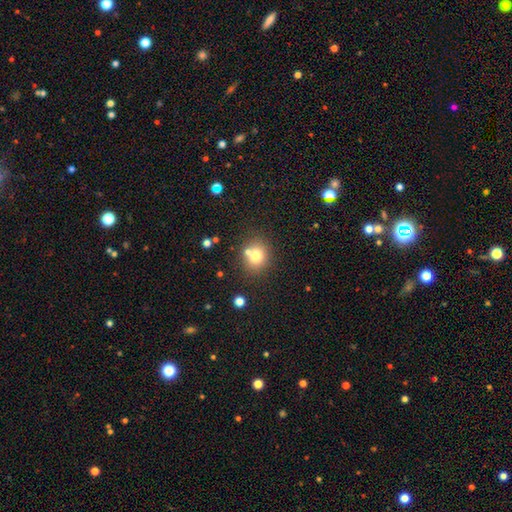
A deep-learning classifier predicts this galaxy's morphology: Smooth or featured?
  - smooth: 75% *
  - star or artifact: 13%
  - featured or disk: 12%
How rounded?
  - round: 74% *
  - in between: 25%
  - cigar-shaped: 1%
Merging?
  - none: 68% *
  - merger: 17%
  - minor disturbance: 11%
  - major disturbance: 3%